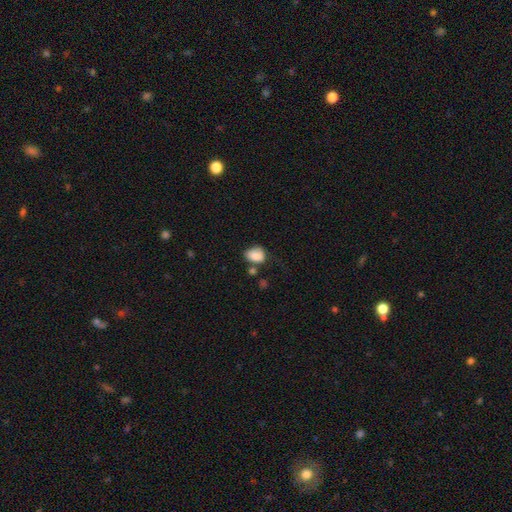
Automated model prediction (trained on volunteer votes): Smooth or featured?
  - smooth: 82% *
  - featured or disk: 9%
  - star or artifact: 9%
How rounded?
  - in between: 64% *
  - round: 35%
  - cigar-shaped: 1%
Merging?
  - none: 45% *
  - minor disturbance: 31%
  - merger: 13%
  - major disturbance: 12%